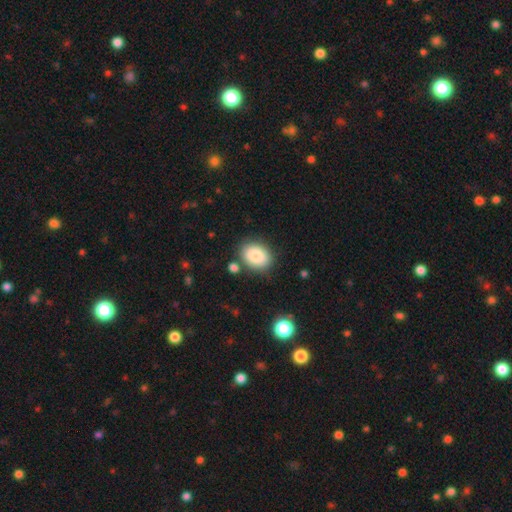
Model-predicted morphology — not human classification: Smooth or featured: smooth — 86% (star or artifact — 8%)
How rounded: in between — 69% (round — 30%)
Merging: none — 80% (minor disturbance — 12%)